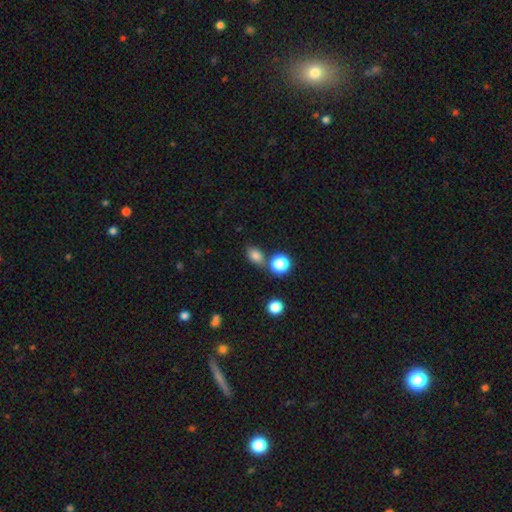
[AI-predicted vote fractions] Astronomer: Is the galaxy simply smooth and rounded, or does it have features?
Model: smooth — 80%.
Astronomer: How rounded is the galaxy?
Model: in between — 68%.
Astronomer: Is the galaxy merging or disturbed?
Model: none — 67%.